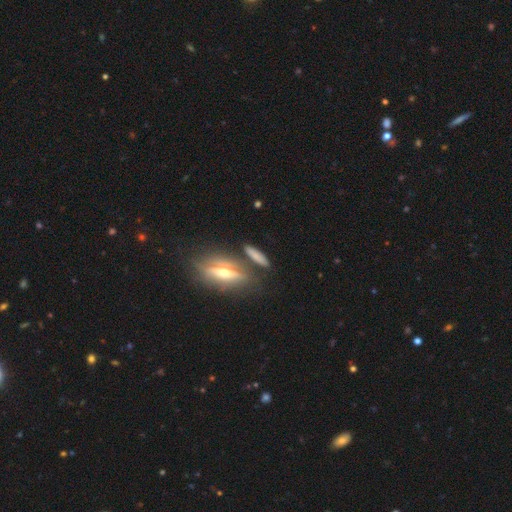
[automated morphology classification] smooth-or-featured: smooth: 60% | featured or disk: 30% | star or artifact: 10%
  how-rounded: cigar-shaped: 65% | in between: 30% | round: 5%
  merging: none: 68% | minor disturbance: 14% | merger: 13% | major disturbance: 5%